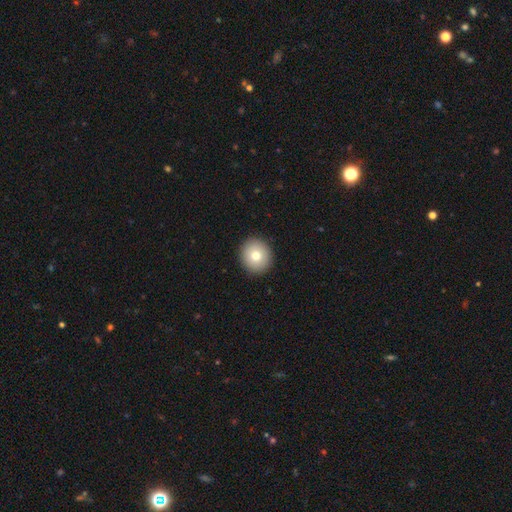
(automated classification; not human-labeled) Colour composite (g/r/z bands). It shows a smooth galaxy with no disk features (76%) that is round (90%). Merging: none (92%).